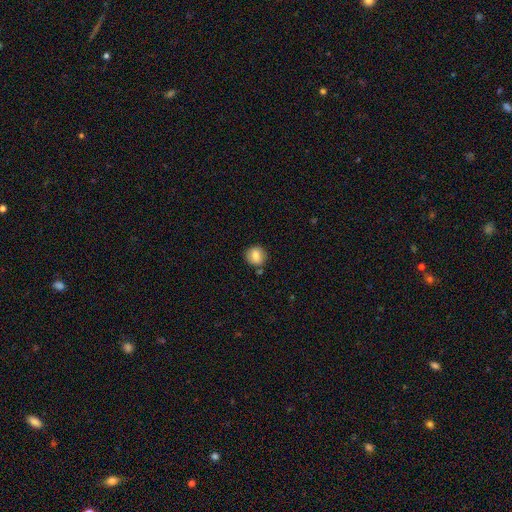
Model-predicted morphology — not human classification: Overall: smooth (78%). How rounded: round (85%). Merging: none (81%).